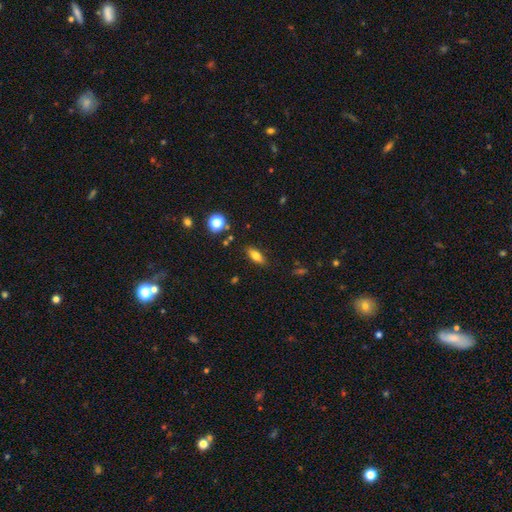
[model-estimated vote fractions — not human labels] smooth-or-featured: smooth: 73% | featured or disk: 17% | star or artifact: 10%
  how-rounded: in between: 76% | cigar-shaped: 19% | round: 5%
  merging: none: 85% | minor disturbance: 11% | major disturbance: 3% | merger: 2%